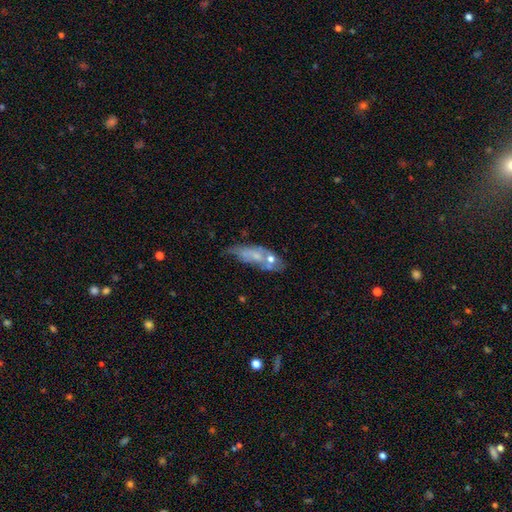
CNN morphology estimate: Smooth or featured? Predicted: featured or disk (p=0.52). Edge-on disk? Predicted: no (p=0.78). Merging? Predicted: none (p=0.38).